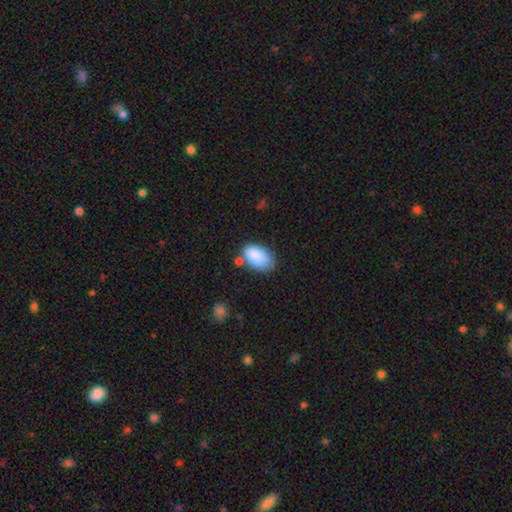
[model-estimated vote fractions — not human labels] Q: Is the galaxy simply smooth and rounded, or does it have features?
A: smooth — 84%.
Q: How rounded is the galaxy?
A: in between — 93%.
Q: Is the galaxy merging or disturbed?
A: none — 59%.